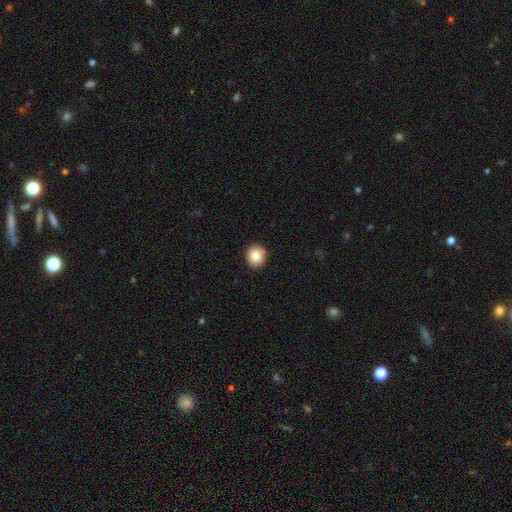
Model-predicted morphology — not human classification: This appears to be a smooth galaxy with no disk features (86%) that is round (86%). Merging: none (89%).